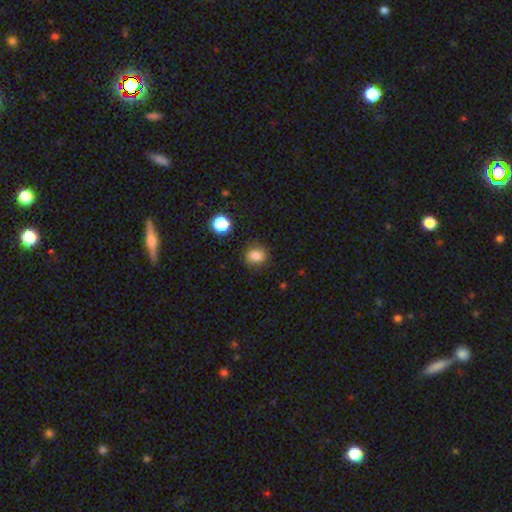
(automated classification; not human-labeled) A smooth galaxy with no disk features (79%) that is round (71%).

Vote fractions:
- Smooth or featured? smooth: 79% / star or artifact: 12% / featured or disk: 9%
- How rounded? round: 71% / in between: 28% / cigar-shaped: 1%
- Merging? none: 82% / minor disturbance: 13% / major disturbance: 3% / merger: 2%